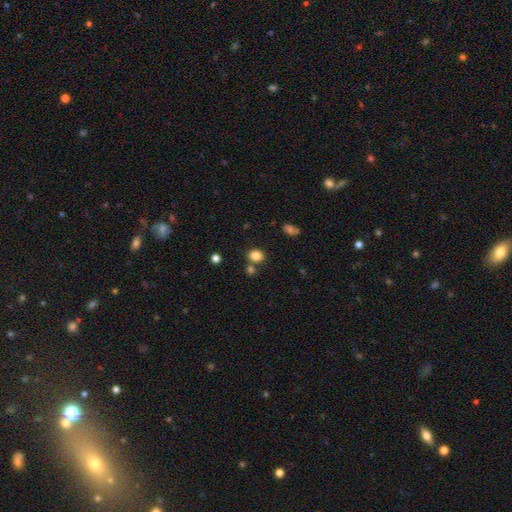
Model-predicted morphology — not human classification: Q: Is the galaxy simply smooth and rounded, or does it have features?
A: smooth — 83%.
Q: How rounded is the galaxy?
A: round — 56%.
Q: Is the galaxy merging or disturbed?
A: none — 71%.